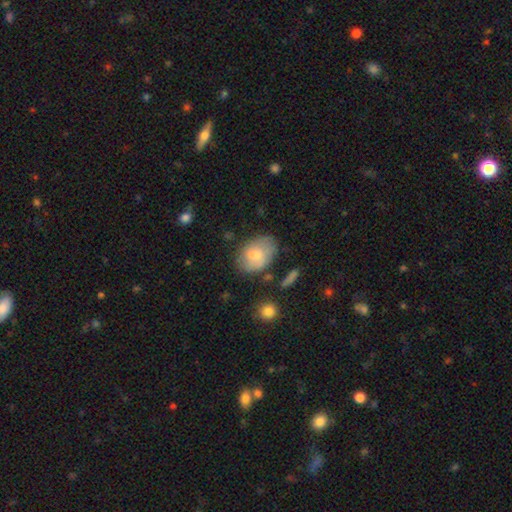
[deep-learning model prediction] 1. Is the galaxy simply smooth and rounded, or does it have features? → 68% smooth, 25% featured or disk, 8% star or artifact.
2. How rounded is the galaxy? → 75% in between, 24% round, 1% cigar-shaped.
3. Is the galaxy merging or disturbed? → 59% none, 24% minor disturbance, 9% major disturbance, 8% merger.